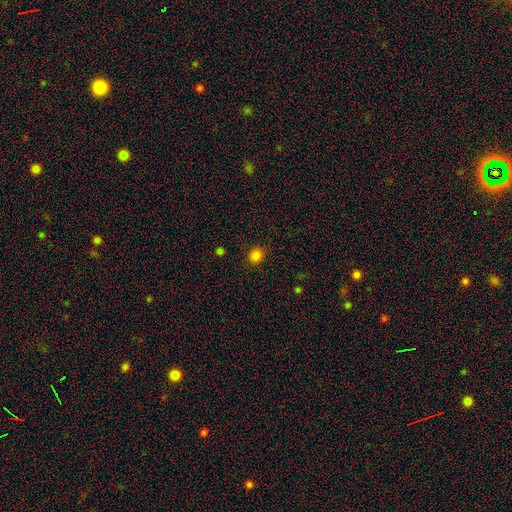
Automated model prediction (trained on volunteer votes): smooth_or_featured: smooth (p=0.83) [alt: star or artifact p=0.14]
how_rounded: round (p=0.72) [alt: in between p=0.27]
merging: none (p=0.88) [alt: minor disturbance p=0.08]